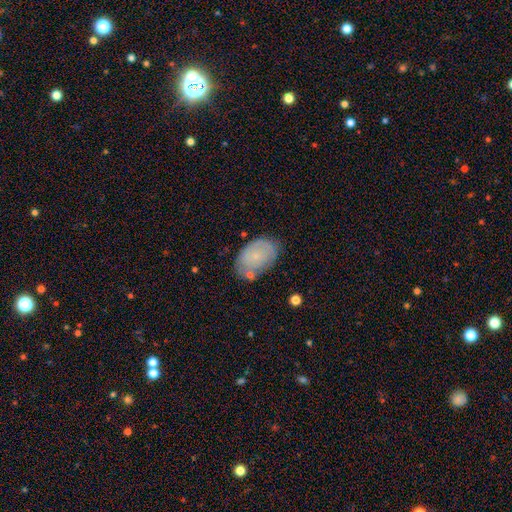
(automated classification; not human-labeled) Smooth or featured? Predicted: smooth (p=0.61). How rounded? Predicted: in between (p=0.88). Merging? Predicted: none (p=0.69).